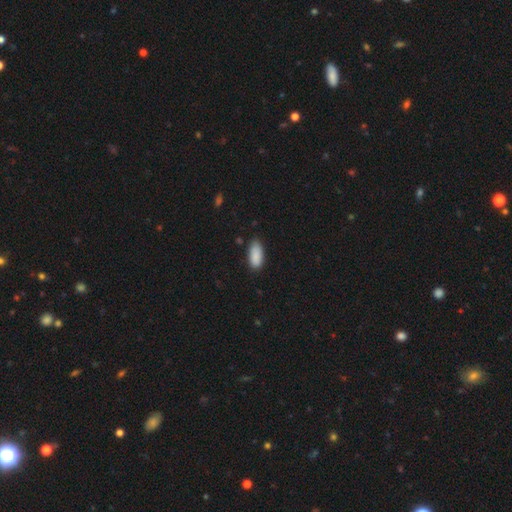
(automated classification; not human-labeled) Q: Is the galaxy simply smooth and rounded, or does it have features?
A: smooth — 90%.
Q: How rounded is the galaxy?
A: in between — 88%.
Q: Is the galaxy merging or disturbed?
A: none — 76%.